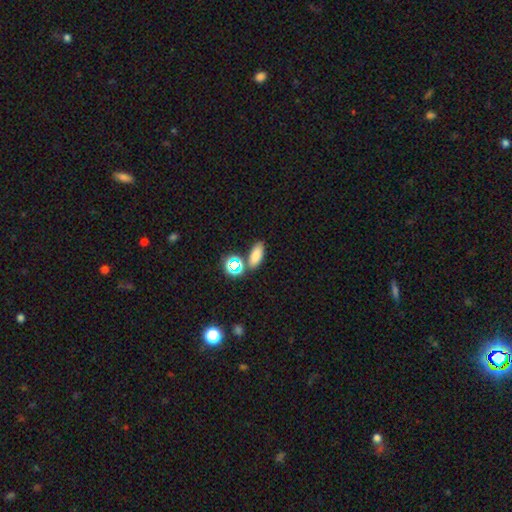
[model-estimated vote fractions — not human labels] Smooth or featured?
  - smooth: 75% *
  - star or artifact: 17%
  - featured or disk: 8%
How rounded?
  - in between: 78% *
  - cigar-shaped: 14%
  - round: 8%
Merging?
  - none: 76% *
  - minor disturbance: 10%
  - merger: 10%
  - major disturbance: 3%